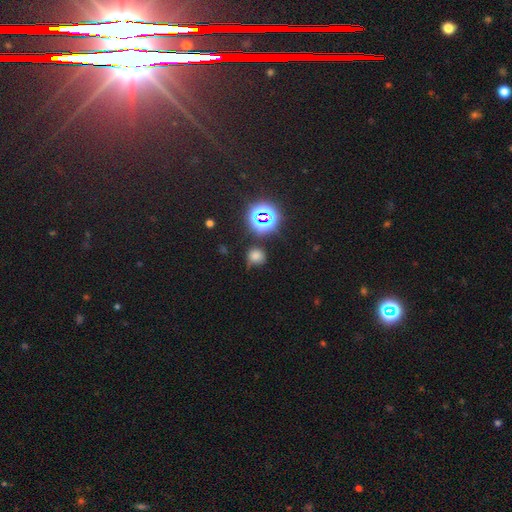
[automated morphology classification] This is likely a smooth galaxy (67%). How rounded: clearly round (85%). Merging: likely none (68%).